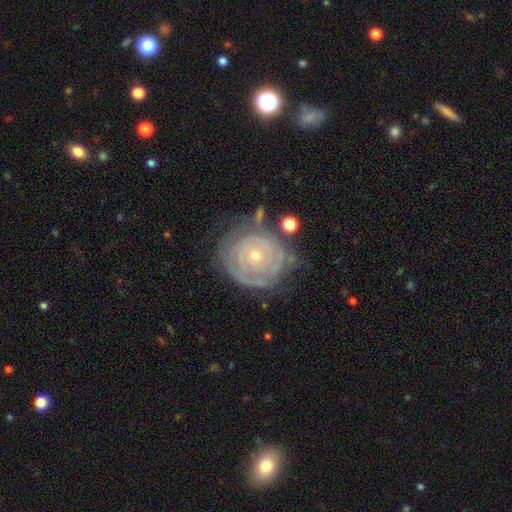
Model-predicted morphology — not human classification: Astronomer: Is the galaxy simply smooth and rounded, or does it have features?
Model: featured or disk — 79%.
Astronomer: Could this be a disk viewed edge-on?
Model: no — 97%.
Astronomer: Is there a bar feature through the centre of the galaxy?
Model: no — 84%.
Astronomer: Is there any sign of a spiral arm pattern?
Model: yes — 85%.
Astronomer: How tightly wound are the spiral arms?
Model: tight — 81%.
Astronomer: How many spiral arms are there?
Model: can't tell — 48%.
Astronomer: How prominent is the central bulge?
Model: small — 72%.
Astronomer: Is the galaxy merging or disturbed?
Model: none — 64%.